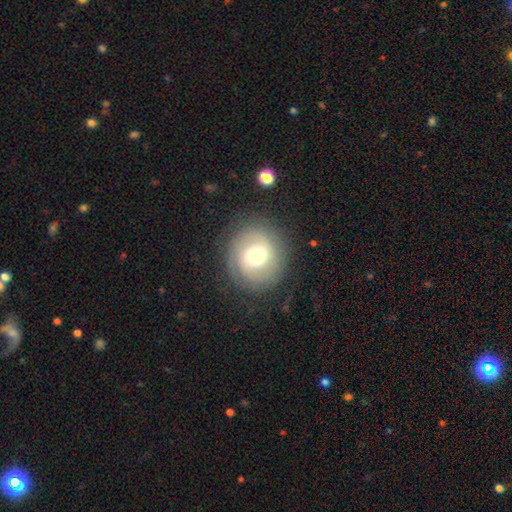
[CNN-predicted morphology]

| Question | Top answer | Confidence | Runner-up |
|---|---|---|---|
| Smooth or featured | featured or disk | 52% | smooth (38%) |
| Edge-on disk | no | 97% | yes (3%) |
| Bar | no | 53% | weak (36%) |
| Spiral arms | yes | 78% | no (22%) |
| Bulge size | moderate | 65% | large (16%) |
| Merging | none | 82% | minor disturbance (11%) |